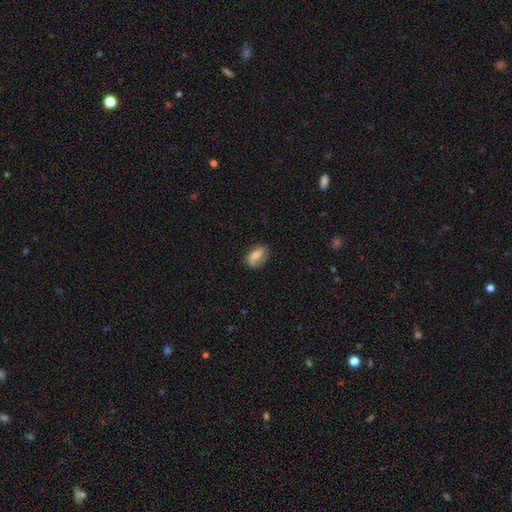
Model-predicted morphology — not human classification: The model was most divided on "smooth or featured": smooth: 60%, featured or disk: 32%, star or artifact: 8%. More confident: how rounded — in between (83%); merging — none (68%).